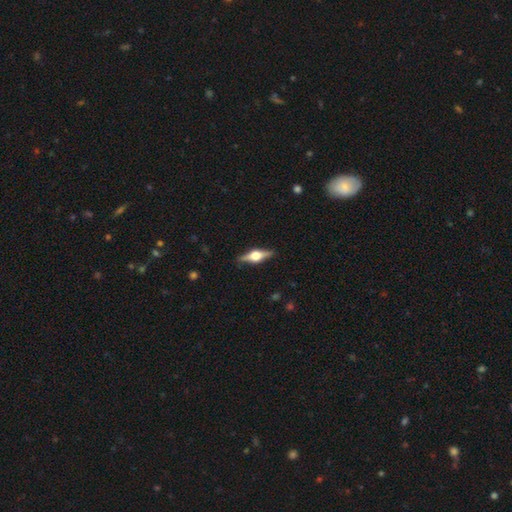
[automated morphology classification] featured or disk 74%, smooth 20%, star or artifact 6%. Down the decision tree: edge-on disk — yes (97%); edge-on bulge — rounded (95%); merging — none (89%).